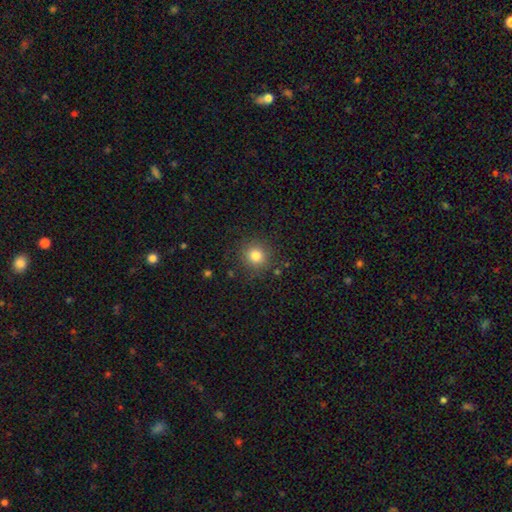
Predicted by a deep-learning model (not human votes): Smooth or featured? Predicted: smooth (p=0.82). How rounded? Predicted: round (p=0.91). Merging? Predicted: none (p=0.87).